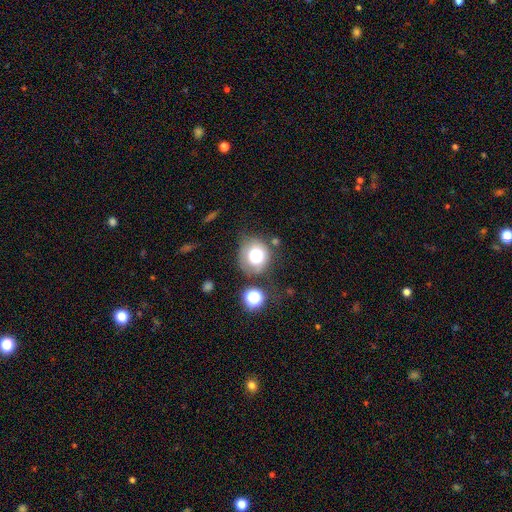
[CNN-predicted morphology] type=smooth (73%); roundness=round (82%); merging=none (53%).